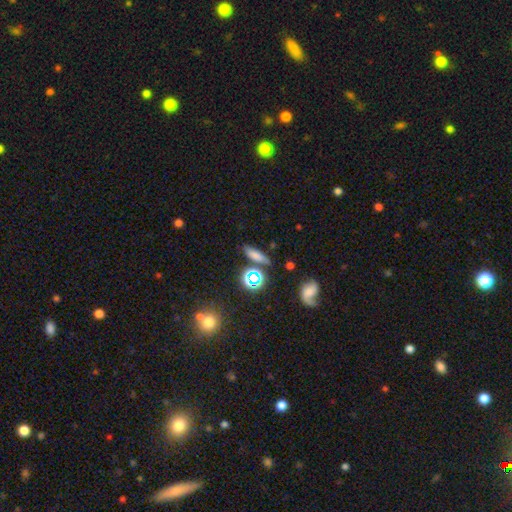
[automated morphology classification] smooth_or_featured: smooth (p=0.67) [alt: star or artifact p=0.19]
how_rounded: cigar-shaped (p=0.51) [alt: in between p=0.37]
merging: none (p=0.75) [alt: minor disturbance p=0.13]